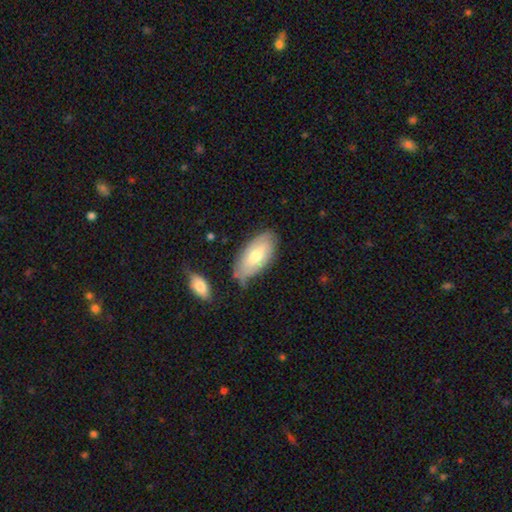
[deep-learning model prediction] This is likely a smooth galaxy (61%). How rounded: clearly in between (91%). Merging: likely none (69%).